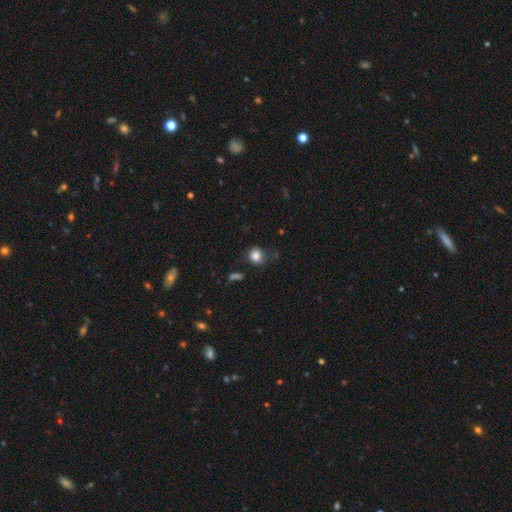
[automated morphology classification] smooth-or-featured: smooth: 81% | star or artifact: 10% | featured or disk: 9%
  how-rounded: round: 75% | in between: 24% | cigar-shaped: 1%
  merging: none: 58% | minor disturbance: 25% | major disturbance: 14% | merger: 3%